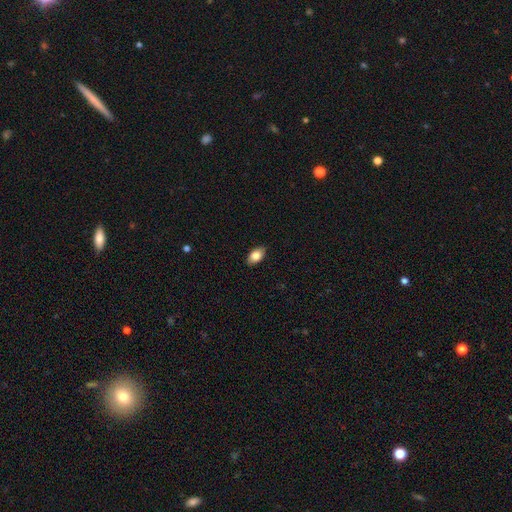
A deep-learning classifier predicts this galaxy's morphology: smooth_or_featured: smooth (p=0.85) [alt: featured or disk p=0.08]
how_rounded: in between (p=0.90) [alt: round p=0.08]
merging: none (p=0.86) [alt: minor disturbance p=0.11]